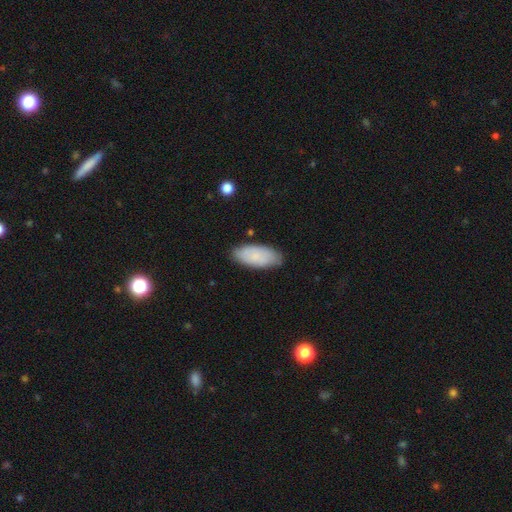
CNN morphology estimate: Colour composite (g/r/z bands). It shows a smooth galaxy with no disk features (79%) that is in between round and cigar-shaped (90%). Merging: none (80%).